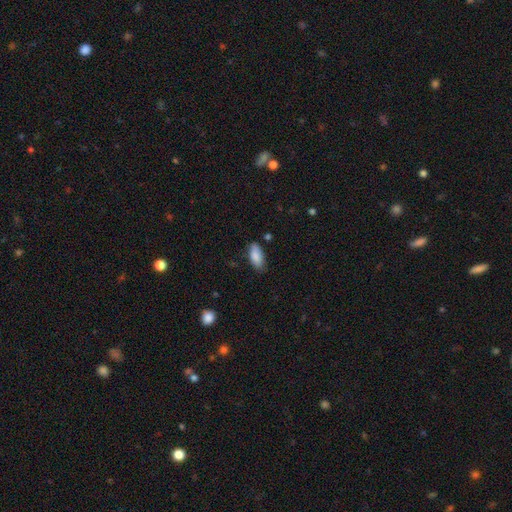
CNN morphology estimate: This appears to be a smooth galaxy with no disk features (87%) that is in between round and cigar-shaped (87%). Merging: none (78%).